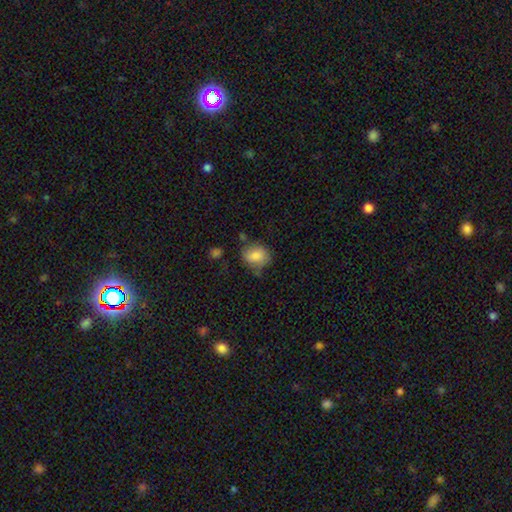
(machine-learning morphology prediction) Smooth or featured? Predicted: smooth (p=0.79). How rounded? Predicted: round (p=0.50). Merging? Predicted: none (p=0.60).